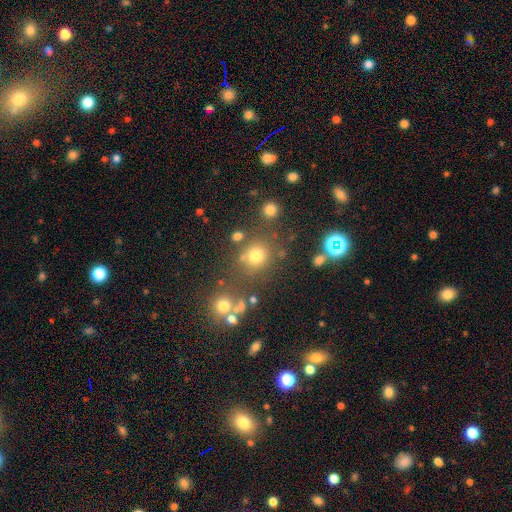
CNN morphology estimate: Q: Smooth or featured?
A: smooth (72%); runner-up: star or artifact (19%)
Q: How rounded?
A: round (85%); runner-up: in between (14%)
Q: Merging?
A: none (73%); runner-up: minor disturbance (11%)